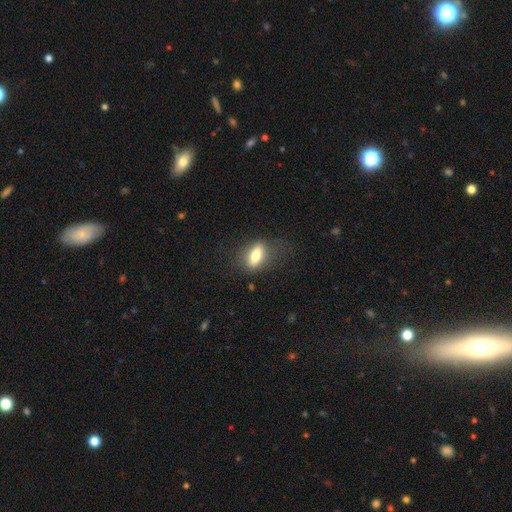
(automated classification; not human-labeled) smooth 68%, featured or disk 24%, star or artifact 8%. Down the decision tree: how rounded — in between (78%); merging — none (69%).